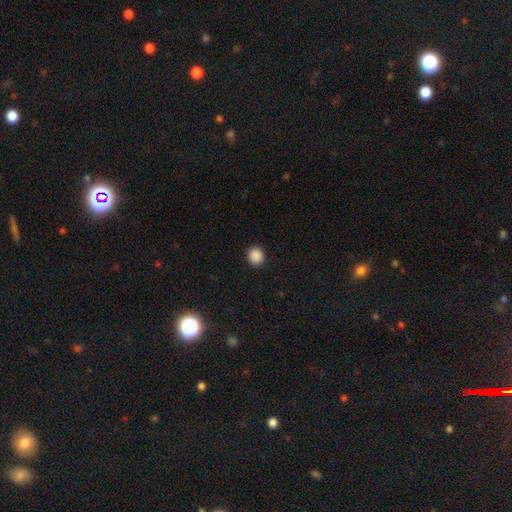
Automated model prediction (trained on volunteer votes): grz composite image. It shows a smooth galaxy with no disk features (89%) that is round (85%). Merging: none (92%).